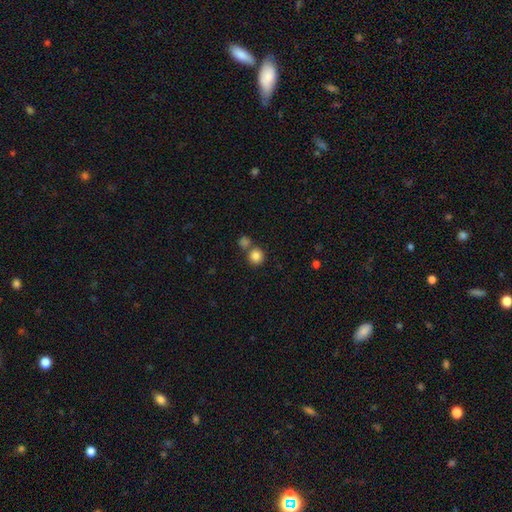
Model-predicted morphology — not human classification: Smooth or featured: smooth — 85% (star or artifact — 11%)
How rounded: round — 91% (in between — 8%)
Merging: none — 65% (merger — 26%)